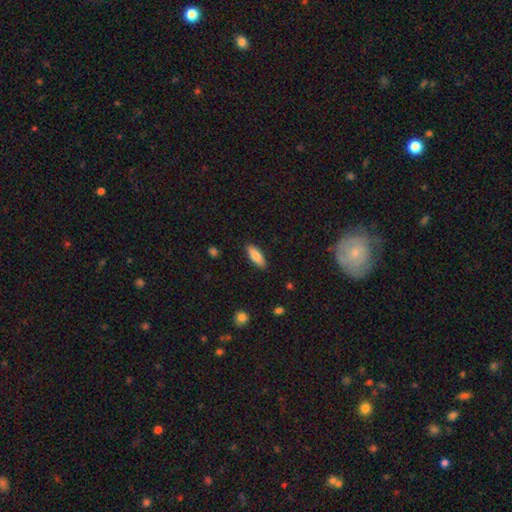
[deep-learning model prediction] Smooth or featured? Predicted: smooth (p=0.82). How rounded? Predicted: in between (p=0.68). Merging? Predicted: none (p=0.89).